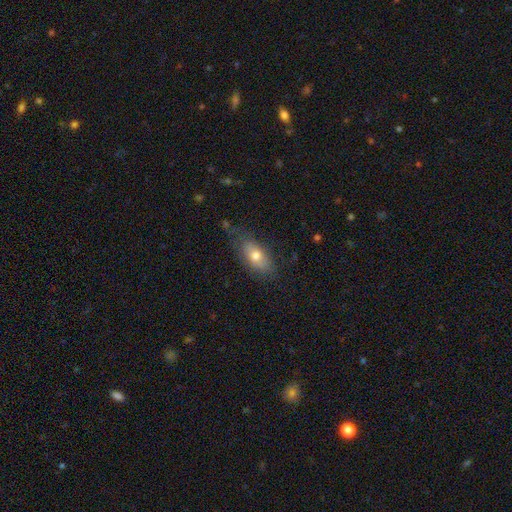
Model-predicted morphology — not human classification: Smooth or featured?
  - smooth: 72% *
  - featured or disk: 21%
  - star or artifact: 7%
How rounded?
  - in between: 86% *
  - cigar-shaped: 9%
  - round: 5%
Merging?
  - none: 72% *
  - minor disturbance: 20%
  - major disturbance: 6%
  - merger: 2%